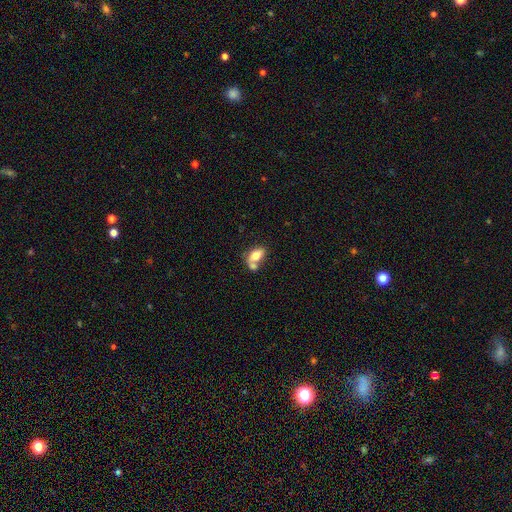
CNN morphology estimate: Smooth or featured? Predicted: smooth (p=0.71). How rounded? Predicted: in between (p=0.86). Merging? Predicted: merger (p=0.46).